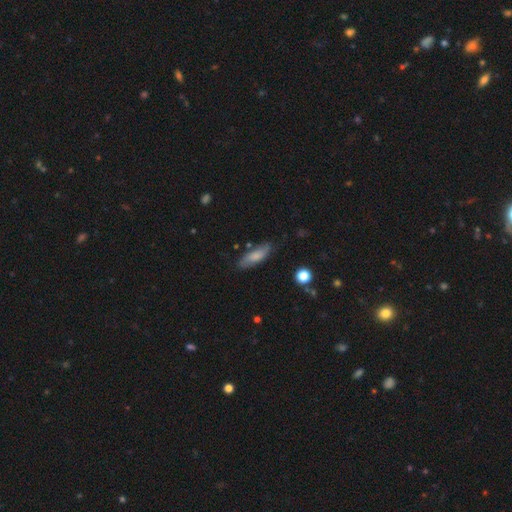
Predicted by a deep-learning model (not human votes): smooth_or_featured: smooth (p=0.73) [alt: featured or disk p=0.20]
how_rounded: in between (p=0.55) [alt: cigar-shaped p=0.43]
merging: none (p=0.75) [alt: minor disturbance p=0.19]